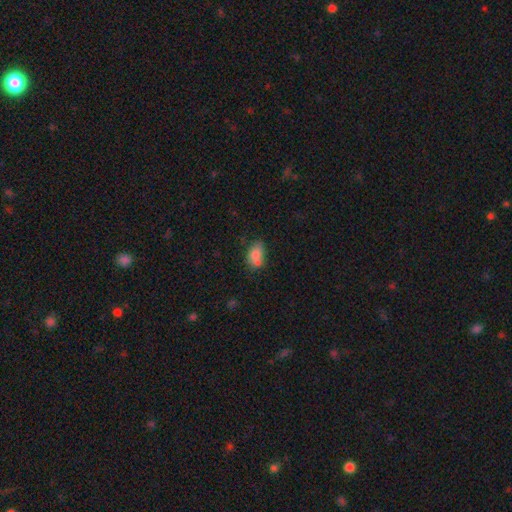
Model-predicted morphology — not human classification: smooth_or_featured: smooth (p=0.76) [alt: featured or disk p=0.14]
how_rounded: in between (p=0.82) [alt: round p=0.16]
merging: none (p=0.42) [alt: merger p=0.31]